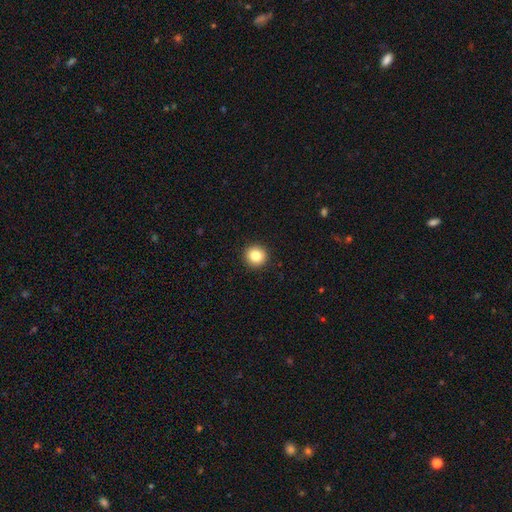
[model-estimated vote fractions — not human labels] smooth 85%, star or artifact 10%, featured or disk 6%. Down the decision tree: how rounded — round (93%); merging — none (93%).